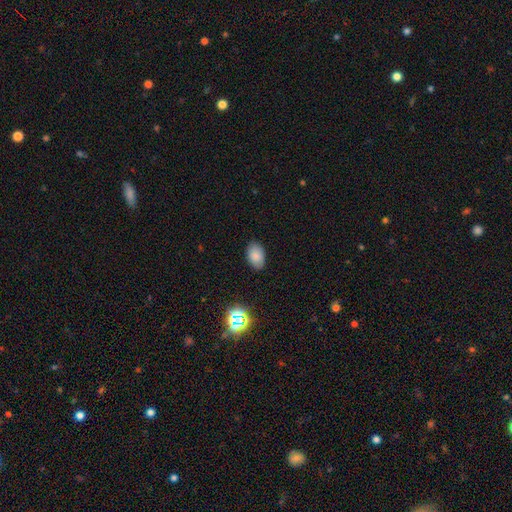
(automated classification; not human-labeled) smooth_or_featured: smooth (p=0.83) [alt: star or artifact p=0.11]
how_rounded: in between (p=0.89) [alt: round p=0.09]
merging: none (p=0.86) [alt: minor disturbance p=0.10]